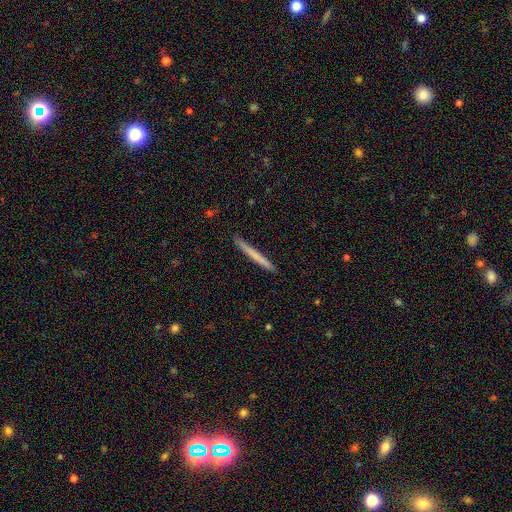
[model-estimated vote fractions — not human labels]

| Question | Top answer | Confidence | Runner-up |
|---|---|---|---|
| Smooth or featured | smooth | 64% | featured or disk (30%) |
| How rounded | cigar-shaped | 97% | in between (2%) |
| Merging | none | 90% | minor disturbance (7%) |